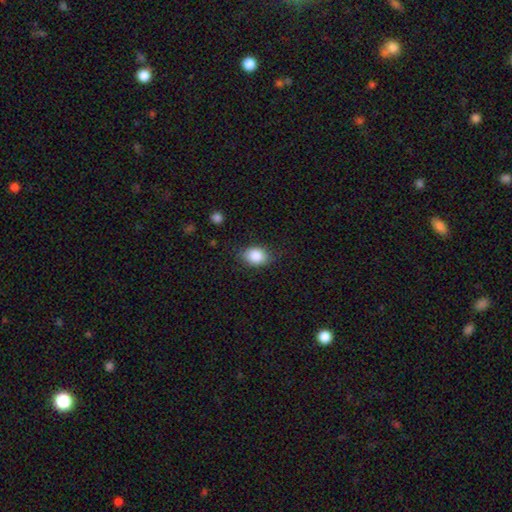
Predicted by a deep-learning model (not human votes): Overall: smooth (86%). How rounded: in between (69%; round 30%). Merging: none (78%).